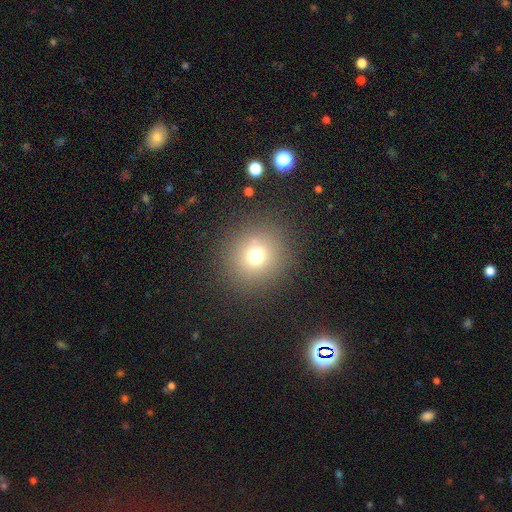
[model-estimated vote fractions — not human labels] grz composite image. It shows a smooth galaxy with no disk features (69%) that is round (91%). Merging: none (86%).